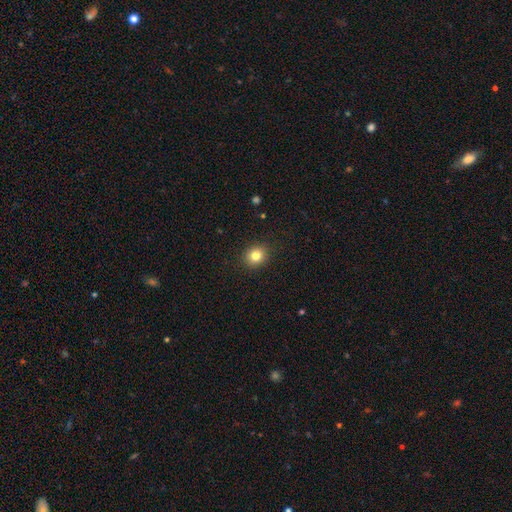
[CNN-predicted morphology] Smooth or featured? Predicted: smooth (p=0.82). How rounded? Predicted: round (p=0.73). Merging? Predicted: none (p=0.90).